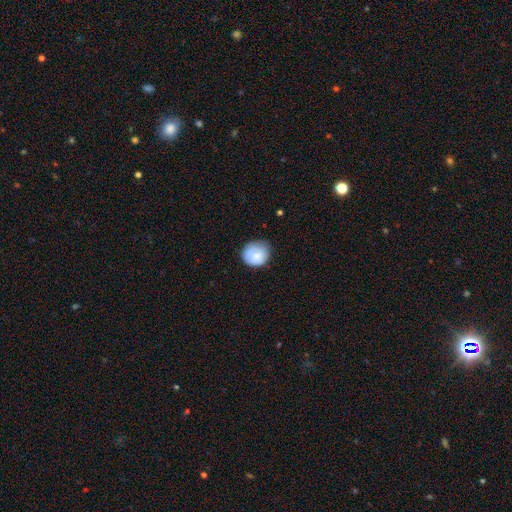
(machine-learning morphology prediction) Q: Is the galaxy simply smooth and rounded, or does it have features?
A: smooth — 80%.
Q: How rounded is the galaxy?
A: round — 78%.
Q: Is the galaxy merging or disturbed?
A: none — 65%.